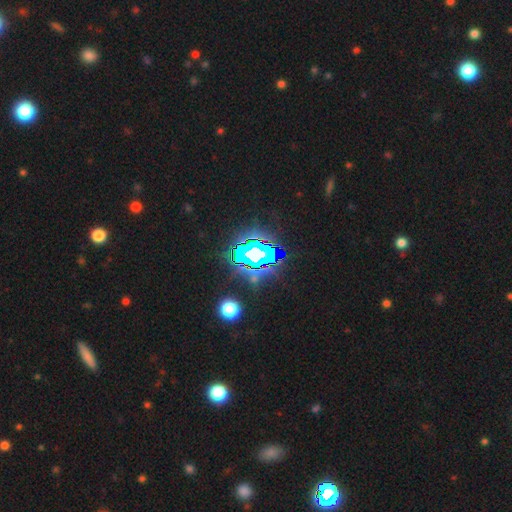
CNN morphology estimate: This is likely a star or artifact rather than a galaxy (77%).